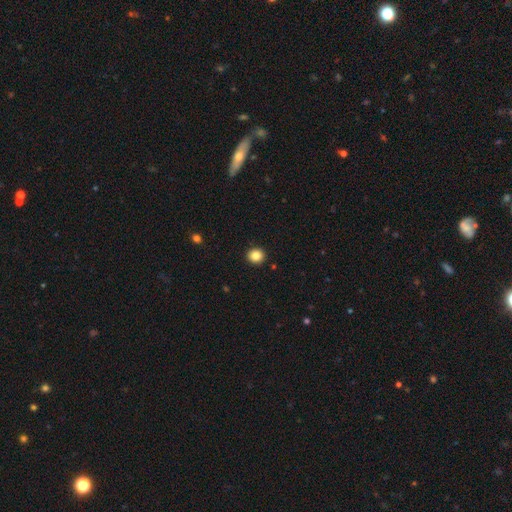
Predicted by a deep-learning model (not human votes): Q: Smooth or featured?
A: smooth (85%); runner-up: star or artifact (10%)
Q: How rounded?
A: round (90%); runner-up: in between (9%)
Q: Merging?
A: none (93%); runner-up: minor disturbance (4%)